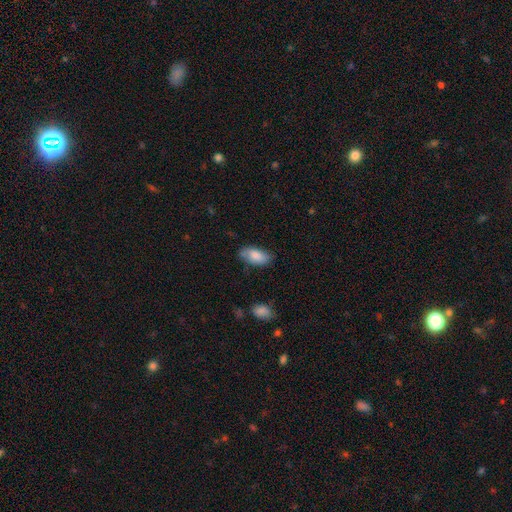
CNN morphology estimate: smooth-or-featured: smooth: 81% | featured or disk: 13% | star or artifact: 6%
  how-rounded: in between: 92% | cigar-shaped: 6% | round: 3%
  merging: none: 74% | minor disturbance: 20% | major disturbance: 4% | merger: 2%